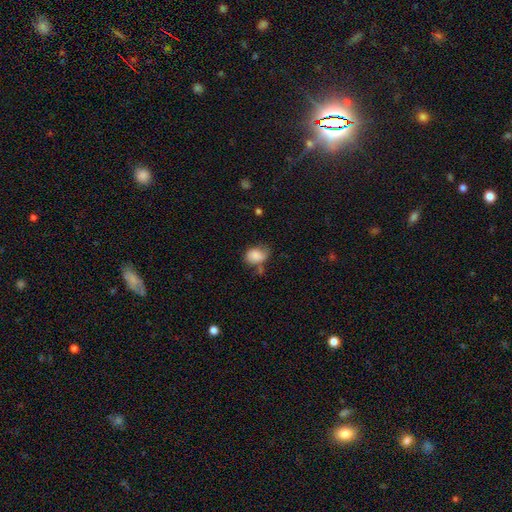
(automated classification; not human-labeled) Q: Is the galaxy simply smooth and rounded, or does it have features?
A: smooth — 82%.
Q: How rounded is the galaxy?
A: in between — 66%.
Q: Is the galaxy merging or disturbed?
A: none — 43%.